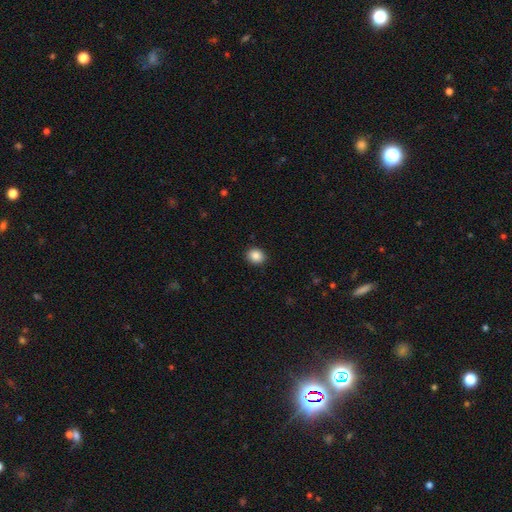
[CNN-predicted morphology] Q: Smooth or featured?
A: smooth (88%); runner-up: star or artifact (9%)
Q: How rounded?
A: round (65%); runner-up: in between (35%)
Q: Merging?
A: none (91%); runner-up: minor disturbance (6%)